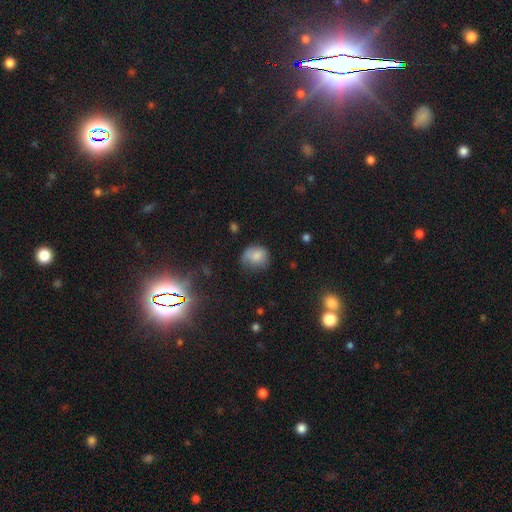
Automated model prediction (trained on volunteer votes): This appears to be a smooth galaxy with no disk features (77%) that is round (61%). Merging: none (49%).